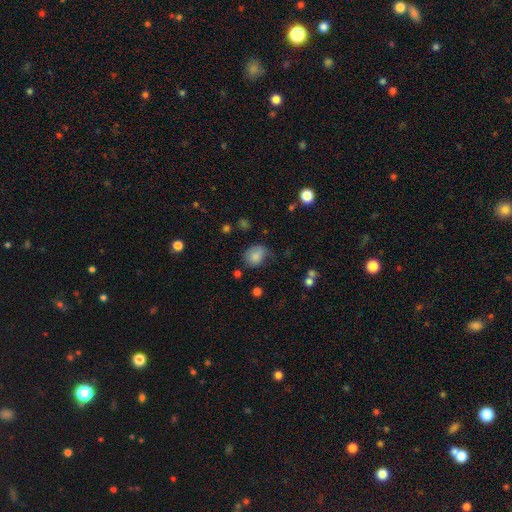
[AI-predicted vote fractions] A smooth galaxy with no disk features (82%) that is in between round and cigar-shaped (54%).

Vote fractions:
- Smooth or featured? smooth: 82% / star or artifact: 10% / featured or disk: 8%
- How rounded? in between: 54% / round: 45% / cigar-shaped: 1%
- Merging? none: 56% / minor disturbance: 30% / major disturbance: 11% / merger: 3%